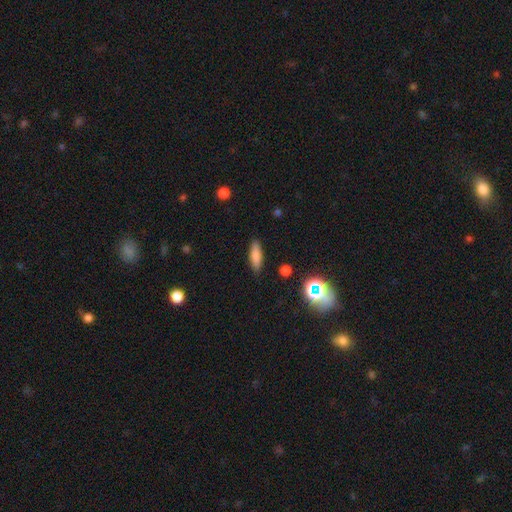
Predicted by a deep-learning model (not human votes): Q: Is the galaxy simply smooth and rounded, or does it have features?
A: smooth — 79%.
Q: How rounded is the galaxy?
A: cigar-shaped — 55%.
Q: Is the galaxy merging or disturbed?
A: none — 87%.